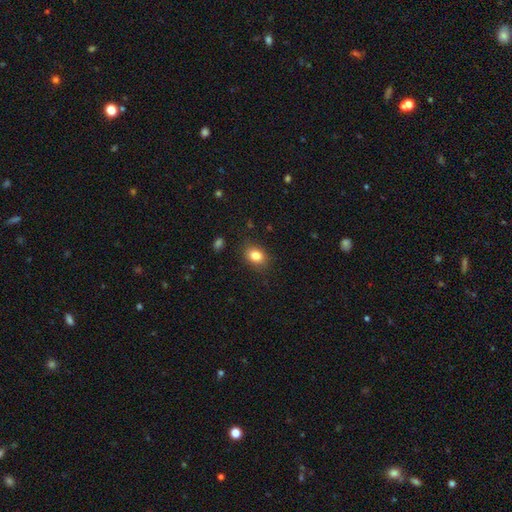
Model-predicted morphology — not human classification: A smooth galaxy with no disk features (83%) that is in between round and cigar-shaped (61%).

Vote fractions:
- Smooth or featured? smooth: 83% / star or artifact: 10% / featured or disk: 7%
- How rounded? in between: 61% / round: 38% / cigar-shaped: 1%
- Merging? none: 86% / minor disturbance: 10% / major disturbance: 3% / merger: 1%